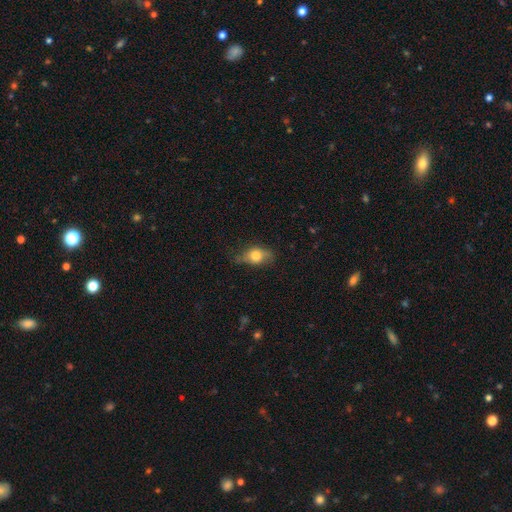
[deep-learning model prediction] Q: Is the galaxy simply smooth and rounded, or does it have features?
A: smooth — 70%.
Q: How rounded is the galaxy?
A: in between — 69%.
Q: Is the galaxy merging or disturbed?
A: none — 57%.